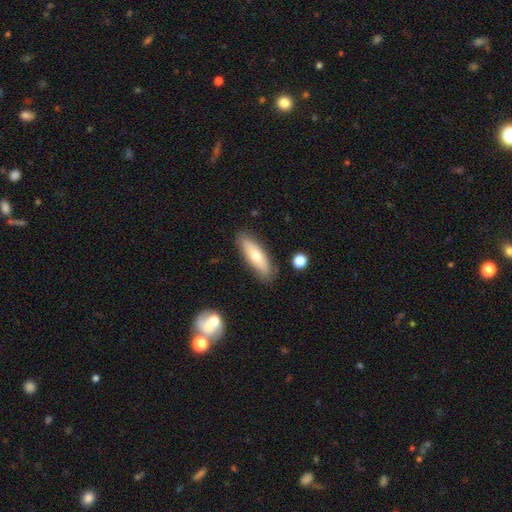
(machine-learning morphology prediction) smooth_or_featured: smooth (p=0.65) [alt: featured or disk p=0.28]
how_rounded: cigar-shaped (p=0.52) [alt: in between p=0.46]
merging: none (p=0.84) [alt: minor disturbance p=0.11]